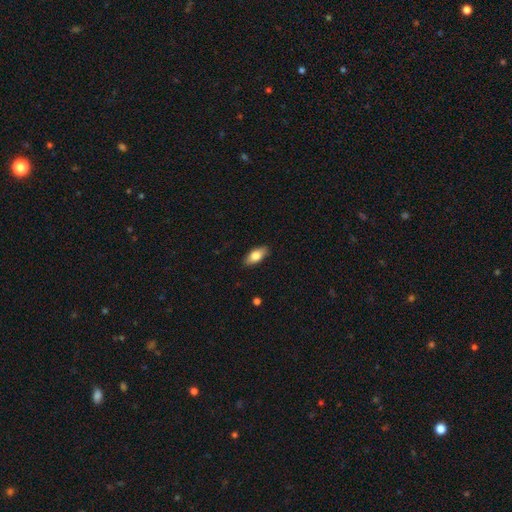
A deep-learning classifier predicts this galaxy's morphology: Smooth or featured? smooth (75%)
How rounded? in between (85%)
Merging? none (88%)